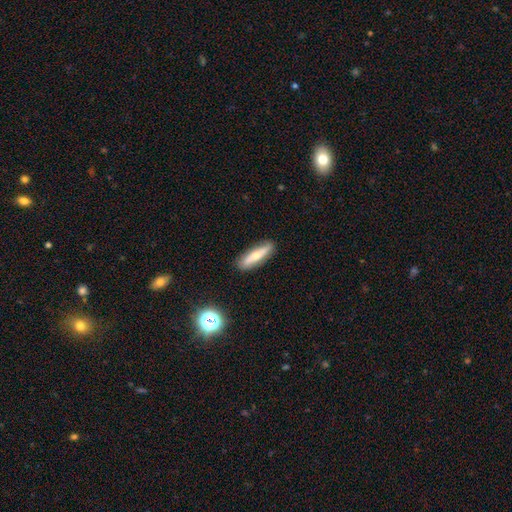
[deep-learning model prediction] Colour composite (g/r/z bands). It shows a smooth galaxy with no disk features (58%) that is cigar-shaped (69%). Merging: none (85%).